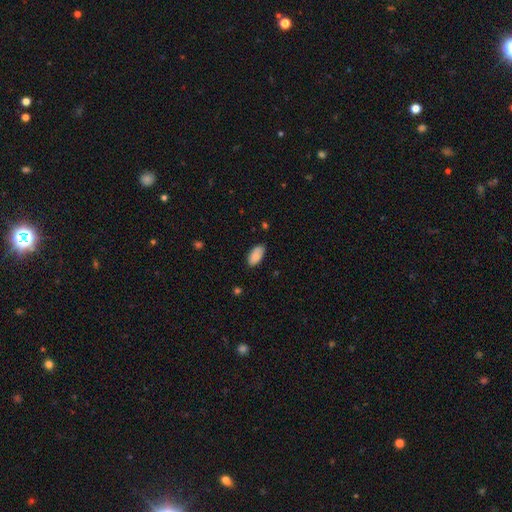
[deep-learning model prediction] This is clearly a smooth galaxy (82%). How rounded: clearly in between (93%). Merging: likely none (77%).